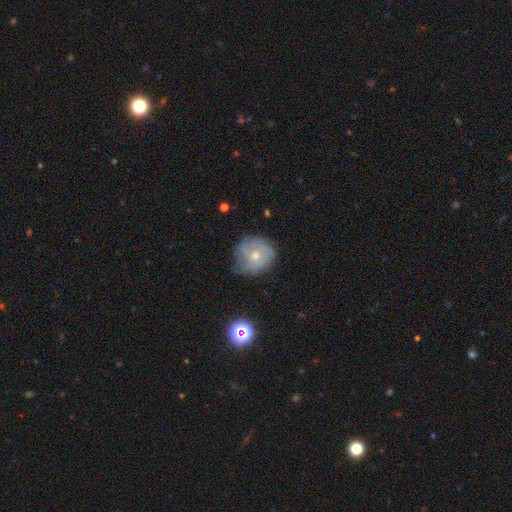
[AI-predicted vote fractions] A featured or disk galaxy (53%) with no bar (83%), spiral arms (75%) and a moderate central bulge (51%). Merging: none (66%).